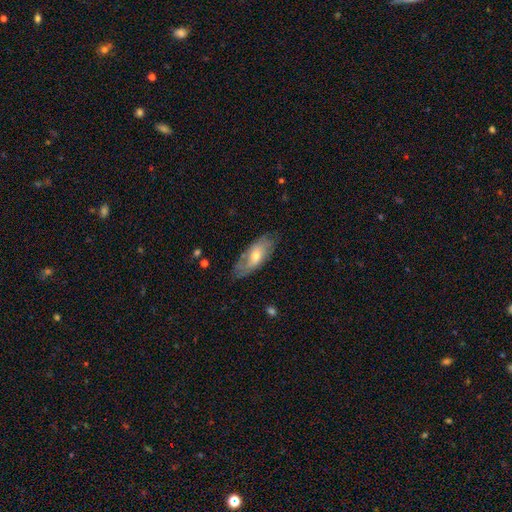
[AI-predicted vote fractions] Overall: smooth (49%; featured or disk 45%). Merging: none (69%).